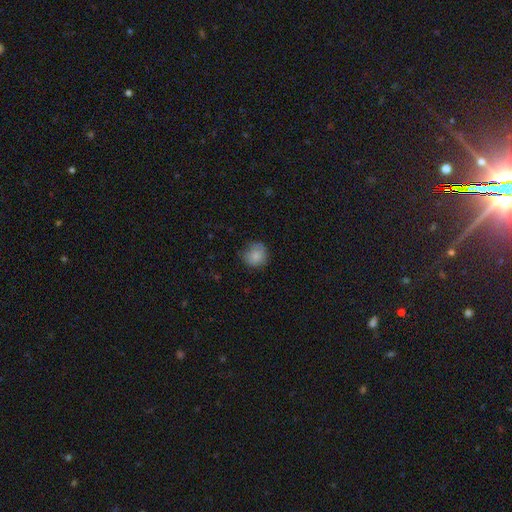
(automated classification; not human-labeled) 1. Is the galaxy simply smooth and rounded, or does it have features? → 81% smooth, 11% featured or disk, 9% star or artifact.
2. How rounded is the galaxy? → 87% round, 12% in between, 1% cigar-shaped.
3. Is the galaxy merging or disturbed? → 72% none, 22% minor disturbance, 5% major disturbance, 1% merger.